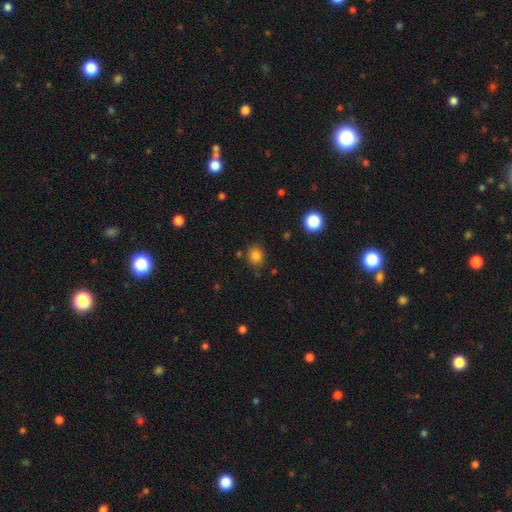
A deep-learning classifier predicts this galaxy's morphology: smooth-or-featured: smooth: 81% | star or artifact: 13% | featured or disk: 6%
  how-rounded: round: 71% | in between: 29% | cigar-shaped: 1%
  merging: none: 84% | minor disturbance: 10% | merger: 3% | major disturbance: 3%